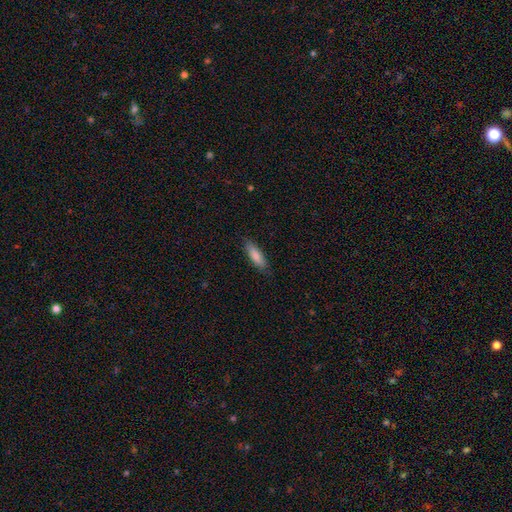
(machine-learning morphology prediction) The model was most divided on "how rounded": cigar-shaped: 54%, in between: 45%, round: 1%. More confident: smooth or featured — smooth (85%); merging — none (85%).